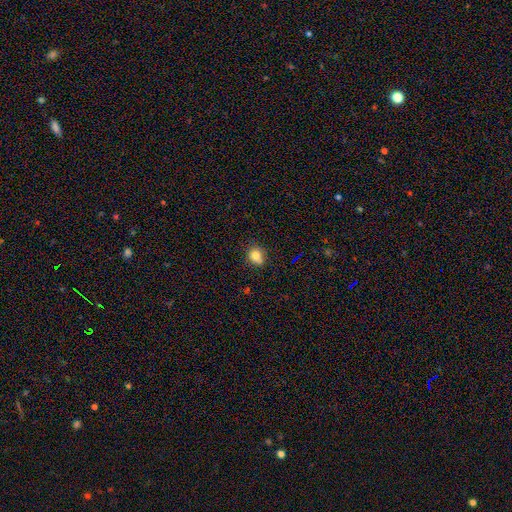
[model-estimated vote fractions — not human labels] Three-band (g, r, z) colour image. It shows a smooth galaxy with no disk features (80%) that is round (70%). Merging: none (73%).